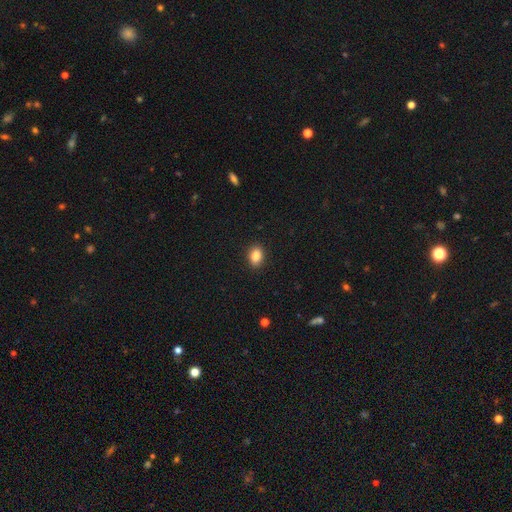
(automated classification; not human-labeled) Morphology: type=smooth (86%); roundness=in between (77%); merging=none (90%).